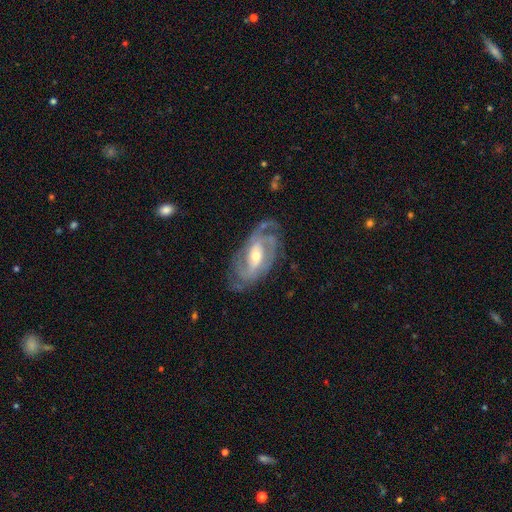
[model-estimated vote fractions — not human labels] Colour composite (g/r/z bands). It shows a featured or disk galaxy (88%) with a weak bar (41%), 2 (32%) tight (57%) spiral arms (97%) and a moderate central bulge (58%). Merging: none (75%).